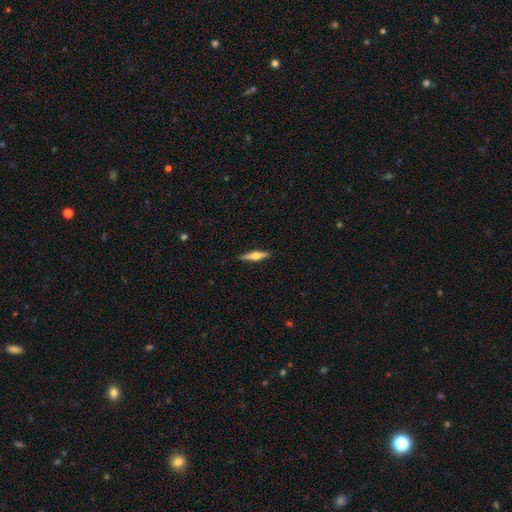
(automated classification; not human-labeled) Smooth or featured? Predicted: featured or disk (p=0.60). Edge-on disk? Predicted: yes (p=0.97). Edge-on bulge? Predicted: rounded (p=0.94). Merging? Predicted: none (p=0.91).